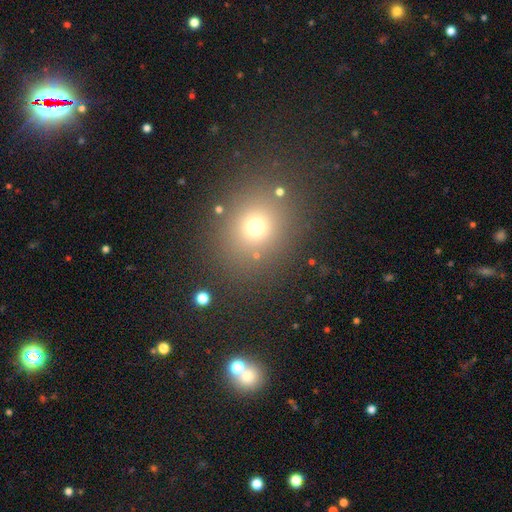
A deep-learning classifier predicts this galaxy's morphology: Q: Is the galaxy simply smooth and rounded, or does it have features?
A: smooth — 67%.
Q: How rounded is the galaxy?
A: round — 74%.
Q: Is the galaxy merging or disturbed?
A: none — 82%.